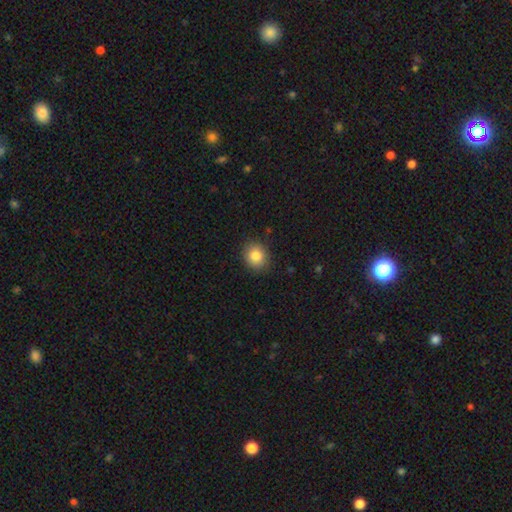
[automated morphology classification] Smooth or featured: smooth — 84% (star or artifact — 9%)
How rounded: round — 74% (in between — 25%)
Merging: none — 87% (minor disturbance — 9%)